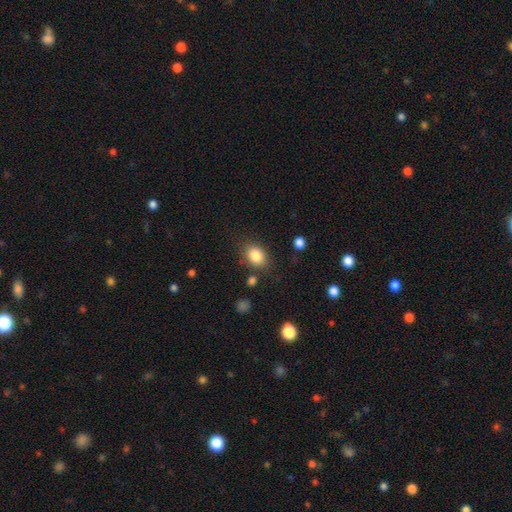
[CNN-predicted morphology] Overall: smooth (84%). How rounded: in between (65%; round 34%). Merging: none (79%).